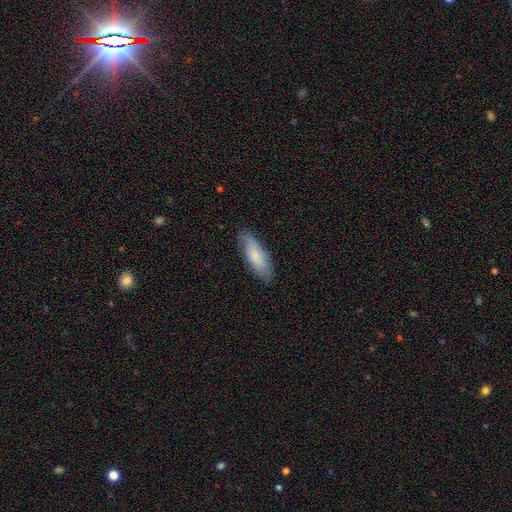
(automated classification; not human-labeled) Overall: smooth (76%). How rounded: in between (56%; cigar-shaped 42%). Merging: none (81%).